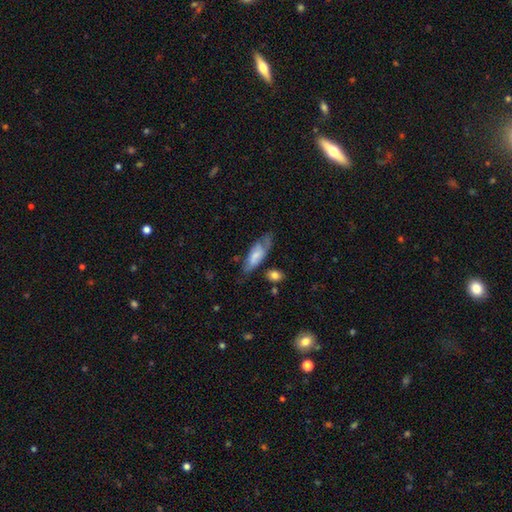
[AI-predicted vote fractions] Smooth or featured? smooth (60%)
How rounded? in between (69%)
Merging? none (45%)